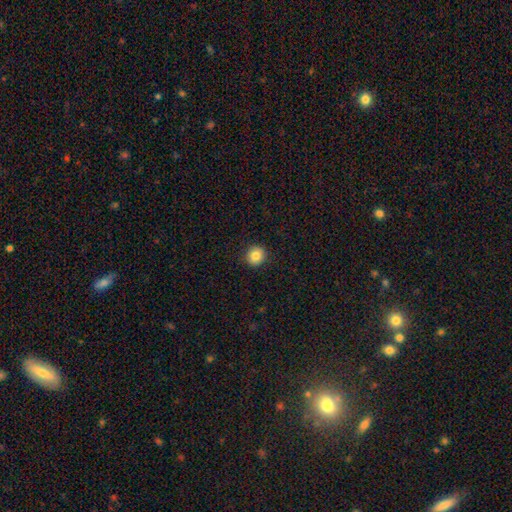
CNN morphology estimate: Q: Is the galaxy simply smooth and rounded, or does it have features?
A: smooth — 84%.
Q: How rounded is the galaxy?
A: round — 91%.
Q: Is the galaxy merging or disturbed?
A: none — 92%.